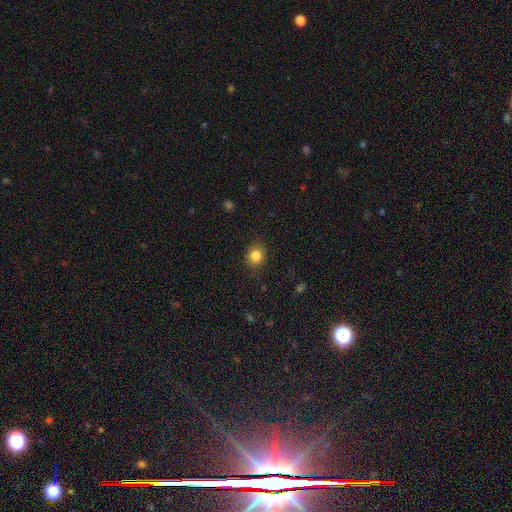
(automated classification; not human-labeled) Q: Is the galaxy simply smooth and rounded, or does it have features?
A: smooth — 84%.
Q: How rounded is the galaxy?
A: round — 83%.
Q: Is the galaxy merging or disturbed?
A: none — 87%.